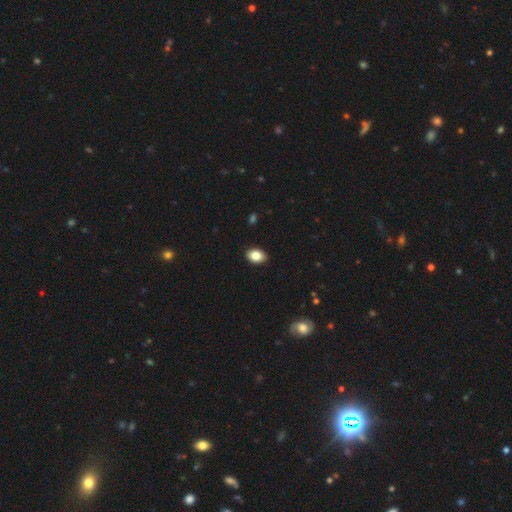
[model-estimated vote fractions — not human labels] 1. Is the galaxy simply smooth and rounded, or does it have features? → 86% smooth, 8% star or artifact, 6% featured or disk.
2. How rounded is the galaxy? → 82% in between, 17% round, 1% cigar-shaped.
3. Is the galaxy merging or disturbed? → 90% none, 7% minor disturbance, 2% major disturbance, 1% merger.